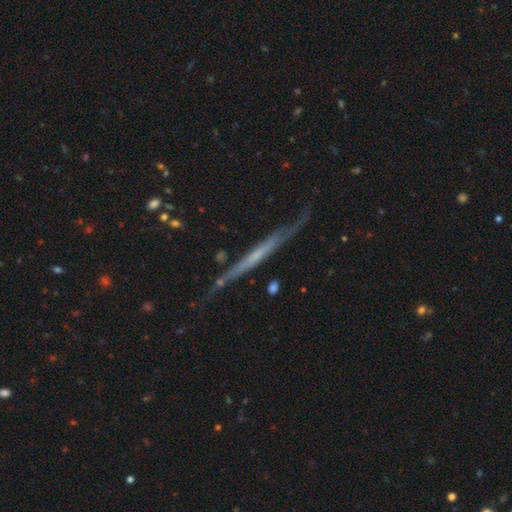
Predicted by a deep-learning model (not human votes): A featured or disk galaxy (69%) viewed edge-on (92%) with no central bulge (79%). Merging: none (68%).